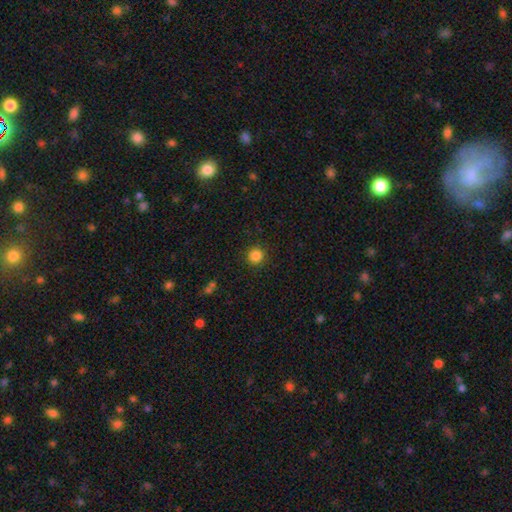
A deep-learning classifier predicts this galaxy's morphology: type=smooth (85%); roundness=round (93%); merging=none (91%).